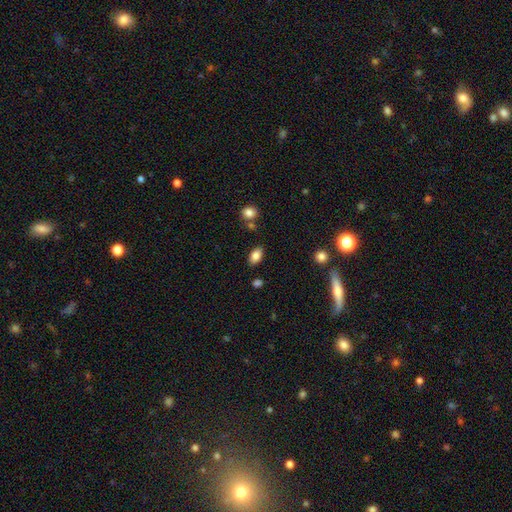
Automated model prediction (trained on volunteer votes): Q: Smooth or featured?
A: smooth (83%); runner-up: star or artifact (9%)
Q: How rounded?
A: in between (90%); runner-up: round (7%)
Q: Merging?
A: none (82%); runner-up: minor disturbance (11%)